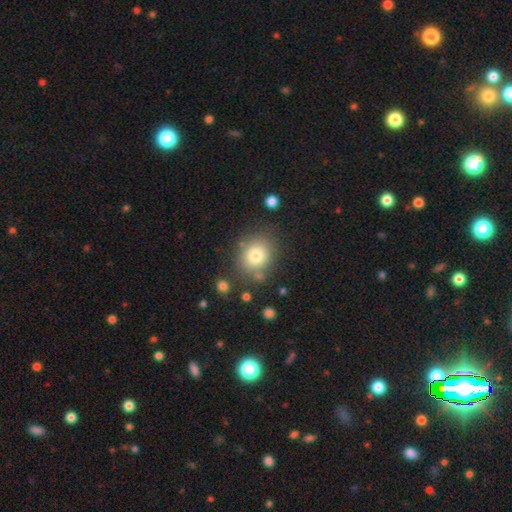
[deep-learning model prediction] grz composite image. It shows a smooth galaxy with no disk features (77%) that is round (73%). Merging: none (76%).